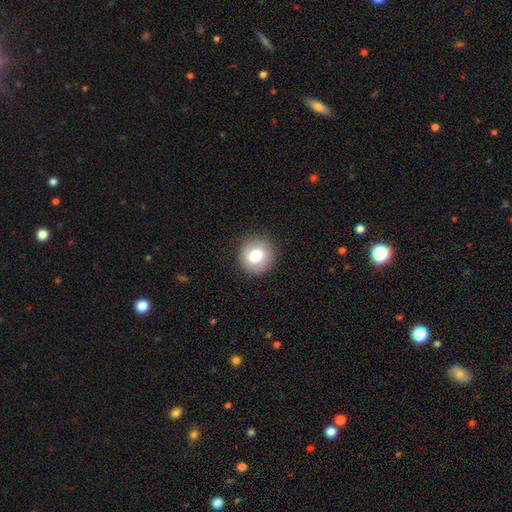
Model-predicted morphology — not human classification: smooth 78%, featured or disk 13%, star or artifact 9%. Down the decision tree: how rounded — round (93%); merging — none (90%).